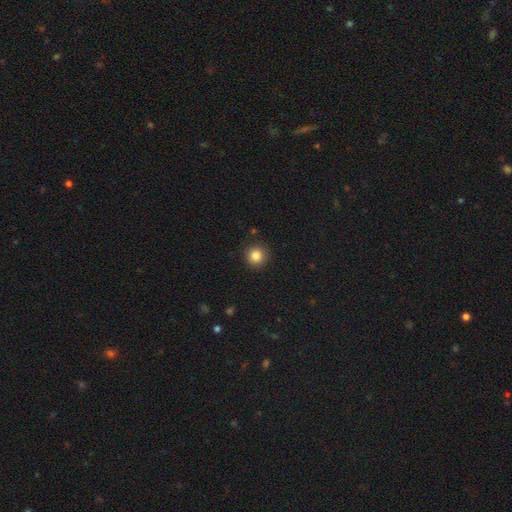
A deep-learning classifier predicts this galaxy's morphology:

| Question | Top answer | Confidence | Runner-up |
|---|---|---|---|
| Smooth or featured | smooth | 85% | star or artifact (11%) |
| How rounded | round | 95% | in between (4%) |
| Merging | none | 92% | minor disturbance (5%) |